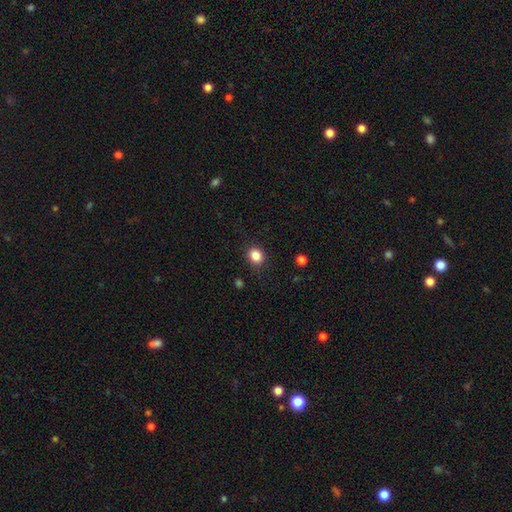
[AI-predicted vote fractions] Smooth or featured? Predicted: smooth (p=0.85). How rounded? Predicted: round (p=0.74). Merging? Predicted: none (p=0.86).